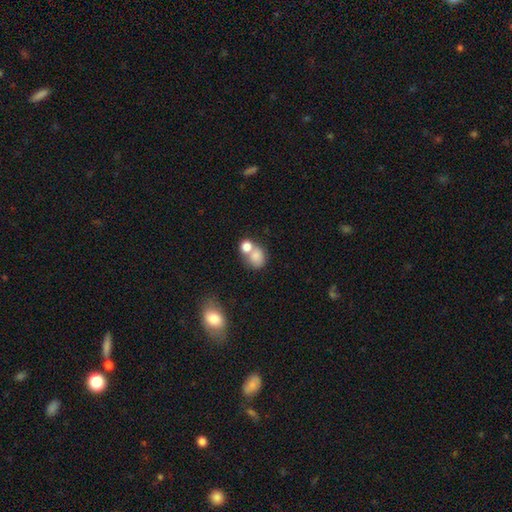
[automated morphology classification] The model was most divided on "how rounded": round: 59%, in between: 40%, cigar-shaped: 1%. More confident: smooth or featured — smooth (78%); merging — merger (52%).